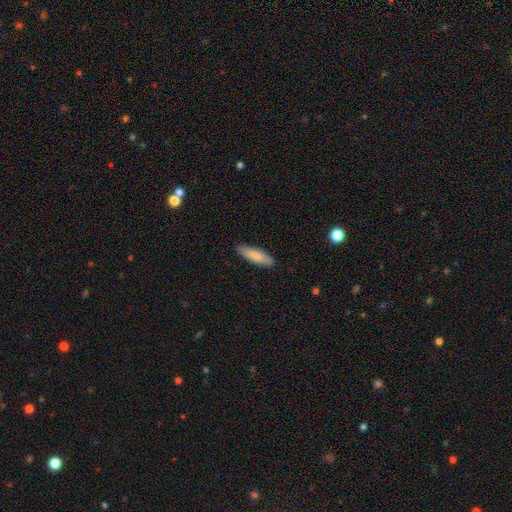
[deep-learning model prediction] A smooth galaxy with no disk features (82%) that is cigar-shaped (62%). Merging: none (87%).